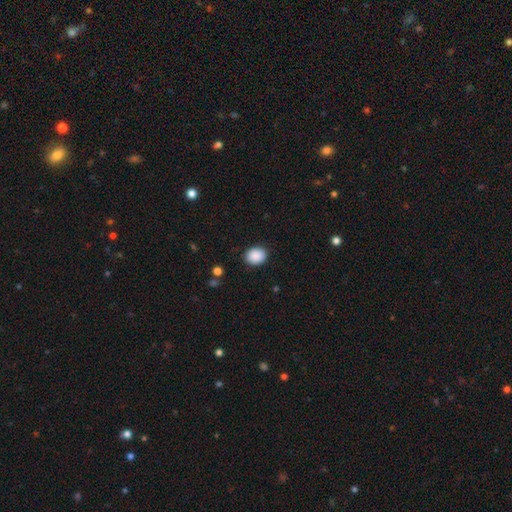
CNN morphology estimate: Overall: smooth (90%). How rounded: round (51%; in between 48%). Merging: none (89%).